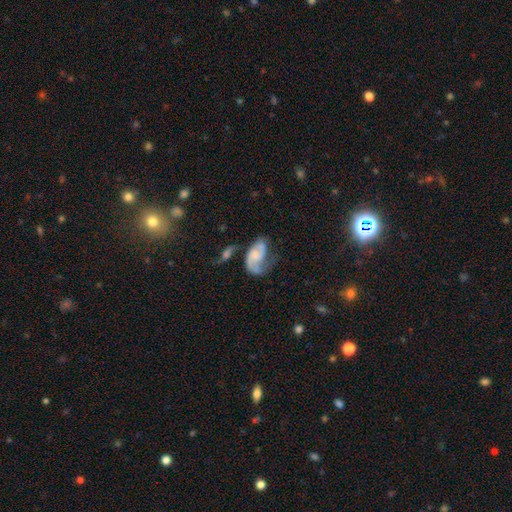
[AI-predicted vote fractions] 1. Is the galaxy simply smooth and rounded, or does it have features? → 65% featured or disk, 28% smooth, 8% star or artifact.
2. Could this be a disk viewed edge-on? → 97% no, 3% yes.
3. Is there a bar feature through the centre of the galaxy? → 65% no, 29% weak, 6% strong.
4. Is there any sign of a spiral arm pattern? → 84% yes, 16% no.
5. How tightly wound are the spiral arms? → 44% loose, 39% medium, 17% tight.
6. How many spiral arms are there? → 68% 2, 20% 1, 8% can't tell, 2% 3, 1% 4, 1% more than 4.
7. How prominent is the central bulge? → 42% none, 26% small, 20% moderate, 10% large, 2% dominant.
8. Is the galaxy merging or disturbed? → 31% none (tied), 31% major disturbance (tied), 22% minor disturbance, 15% merger.